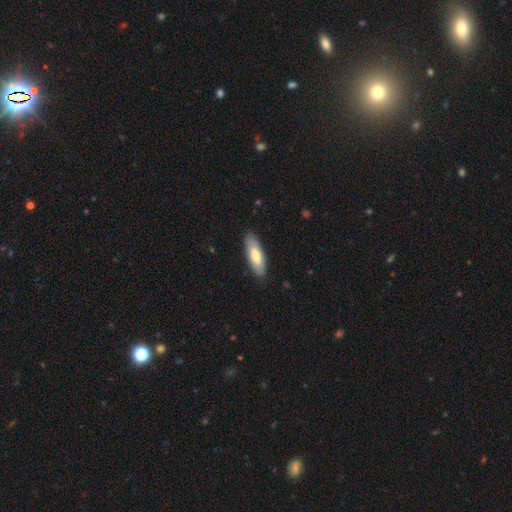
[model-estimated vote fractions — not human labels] This appears to be a smooth galaxy with no disk features (67%) that is in between round and cigar-shaped (63%). Merging: none (86%).